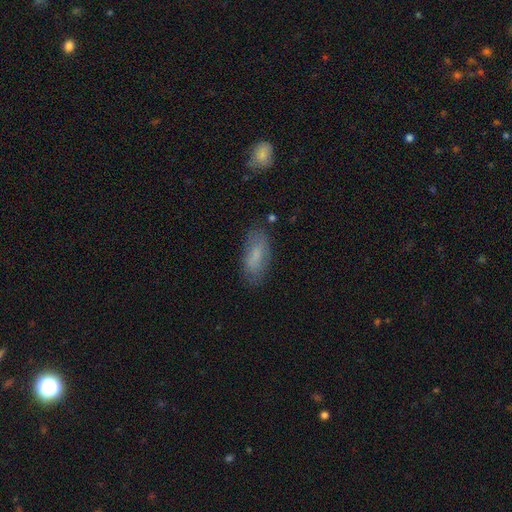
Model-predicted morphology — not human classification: type=smooth (73%); roundness=in between (80%); merging=none (75%).